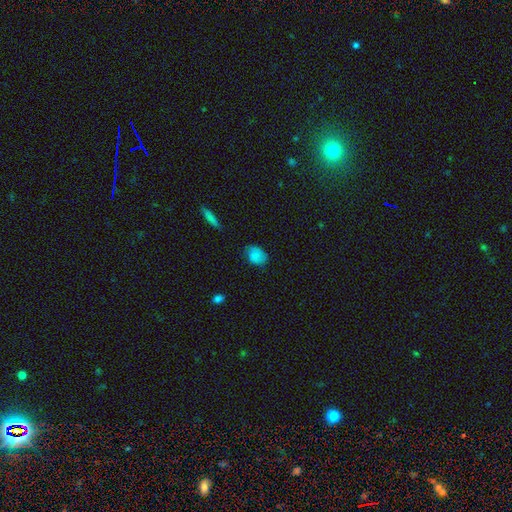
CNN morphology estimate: smooth_or_featured: smooth (p=0.81) [alt: featured or disk p=0.10]
how_rounded: in between (p=0.68) [alt: round p=0.30]
merging: none (p=0.68) [alt: minor disturbance p=0.26]